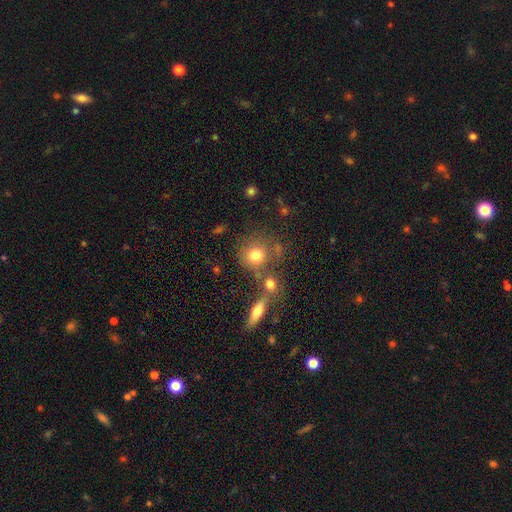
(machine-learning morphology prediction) Smooth or featured?
  - smooth: 75% *
  - star or artifact: 13%
  - featured or disk: 12%
How rounded?
  - round: 85% *
  - in between: 13%
  - cigar-shaped: 2%
Merging?
  - none: 64% *
  - merger: 20%
  - minor disturbance: 11%
  - major disturbance: 5%